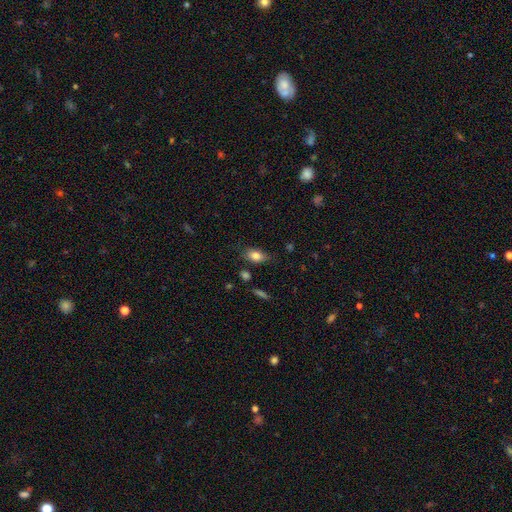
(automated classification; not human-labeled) This is clearly a smooth galaxy (82%). How rounded: clearly in between (86%). Merging: likely none (72%).